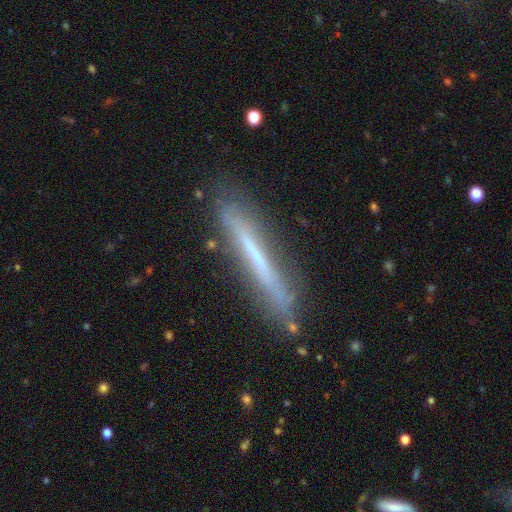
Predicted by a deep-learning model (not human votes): This appears to be a featured or disk galaxy (59%) viewed edge-on (88%) with no central bulge (80%). Merging: none (82%).